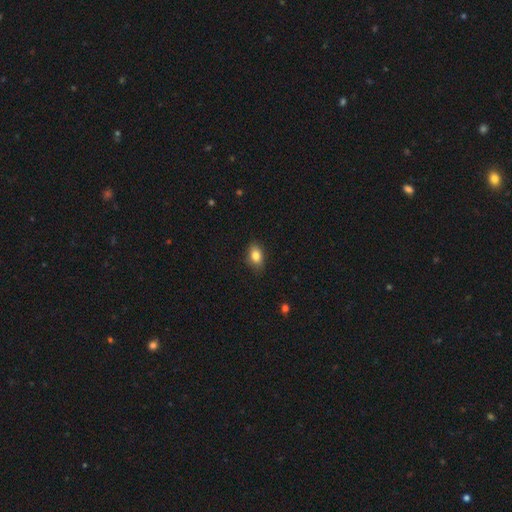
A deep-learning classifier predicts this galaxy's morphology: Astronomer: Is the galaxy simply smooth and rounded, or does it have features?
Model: smooth — 83%.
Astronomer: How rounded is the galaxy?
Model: in between — 85%.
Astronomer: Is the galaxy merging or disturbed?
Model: none — 83%.